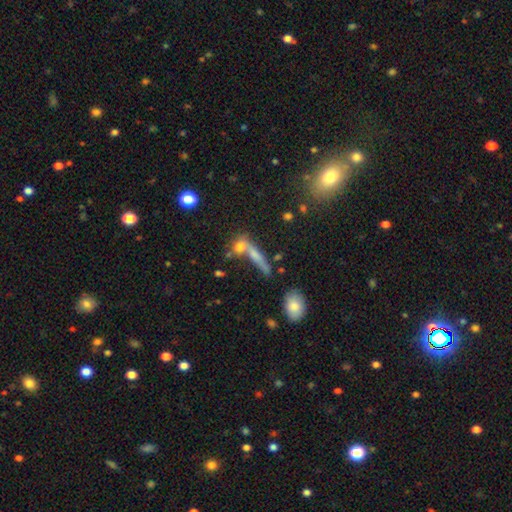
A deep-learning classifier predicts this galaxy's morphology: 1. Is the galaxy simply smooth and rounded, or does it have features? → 61% smooth, 27% featured or disk, 12% star or artifact.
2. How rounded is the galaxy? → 75% cigar-shaped, 18% in between, 7% round.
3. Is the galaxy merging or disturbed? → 49% none, 31% merger, 13% minor disturbance, 7% major disturbance.